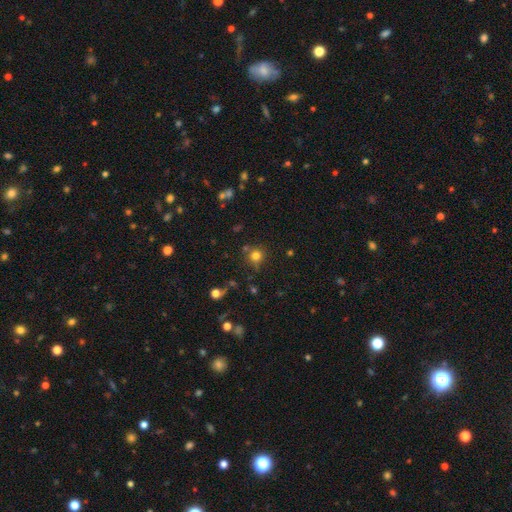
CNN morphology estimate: A smooth galaxy with no disk features (76%) that is round (92%).

Vote fractions:
- Smooth or featured? smooth: 76% / star or artifact: 17% / featured or disk: 7%
- How rounded? round: 92% / in between: 7% / cigar-shaped: 1%
- Merging? none: 77% / minor disturbance: 12% / merger: 7% / major disturbance: 4%